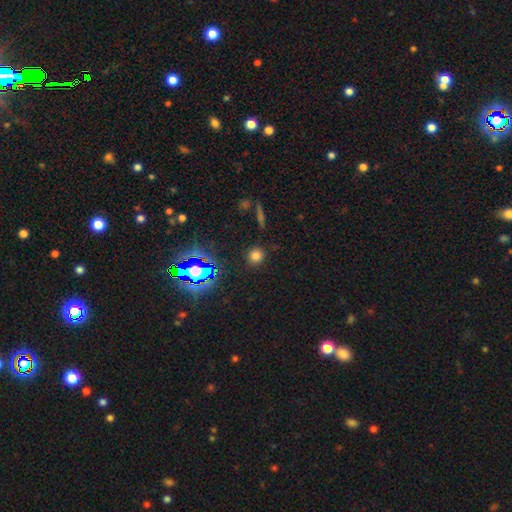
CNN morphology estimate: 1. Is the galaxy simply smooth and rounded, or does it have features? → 71% smooth, 23% star or artifact, 7% featured or disk.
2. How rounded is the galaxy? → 90% round, 9% in between, 1% cigar-shaped.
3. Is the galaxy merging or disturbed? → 88% none, 7% minor disturbance, 3% major disturbance, 2% merger.